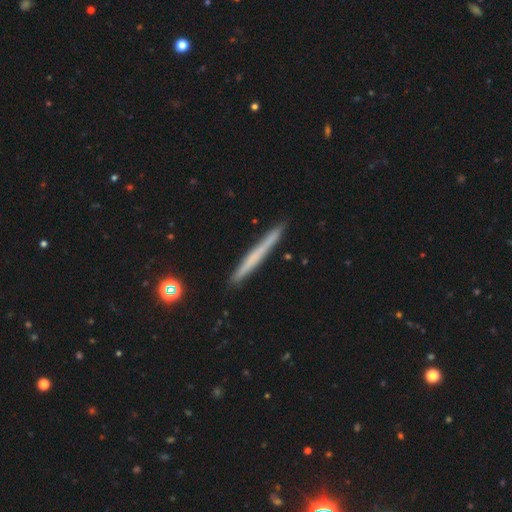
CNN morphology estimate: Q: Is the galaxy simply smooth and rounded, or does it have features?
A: smooth — 53%.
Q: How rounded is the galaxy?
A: cigar-shaped — 97%.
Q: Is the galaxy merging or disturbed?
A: none — 91%.